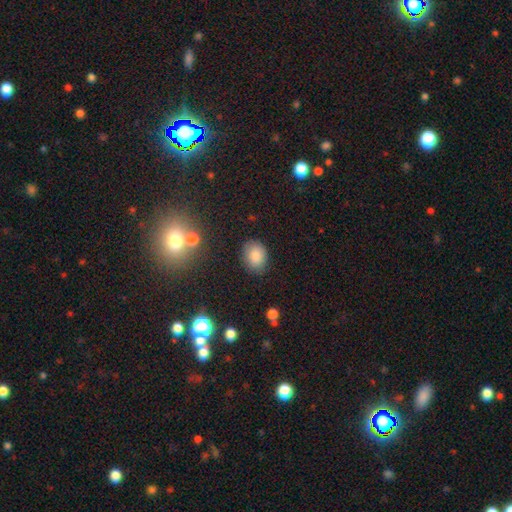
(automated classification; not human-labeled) Smooth or featured? smooth (85%)
How rounded? in between (63%)
Merging? none (82%)